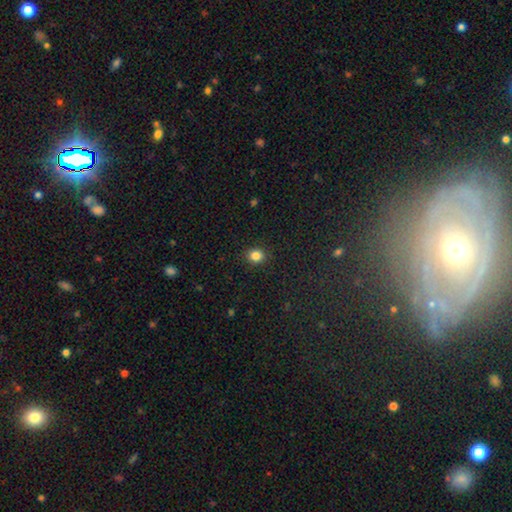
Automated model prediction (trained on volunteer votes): smooth 84%, star or artifact 11%, featured or disk 4%. Down the decision tree: how rounded — round (79%); merging — none (90%).